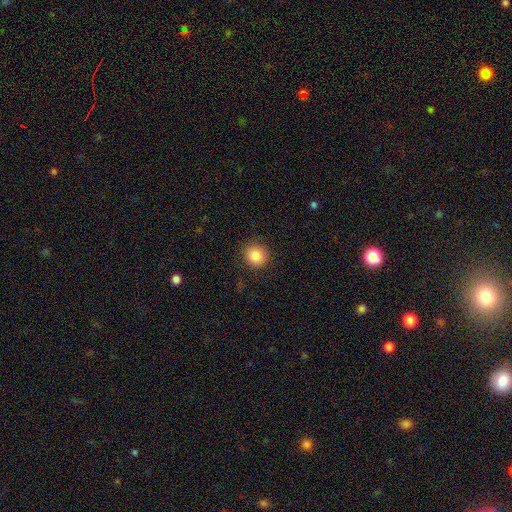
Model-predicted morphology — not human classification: Smooth or featured? smooth (85%)
How rounded? round (91%)
Merging? none (89%)